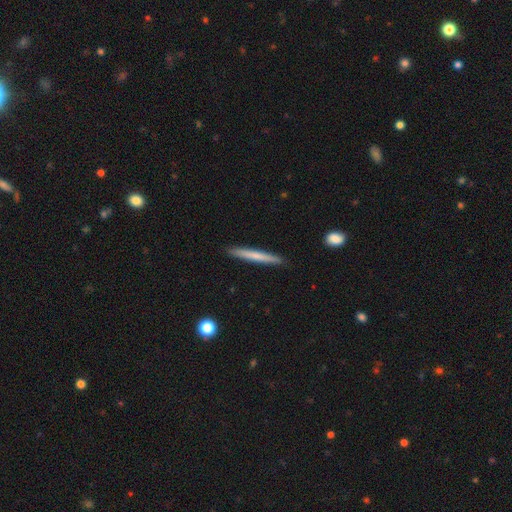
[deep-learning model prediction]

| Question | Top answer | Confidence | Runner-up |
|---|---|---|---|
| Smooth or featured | smooth | 62% | featured or disk (32%) |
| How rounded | cigar-shaped | 97% | in between (2%) |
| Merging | none | 91% | minor disturbance (6%) |